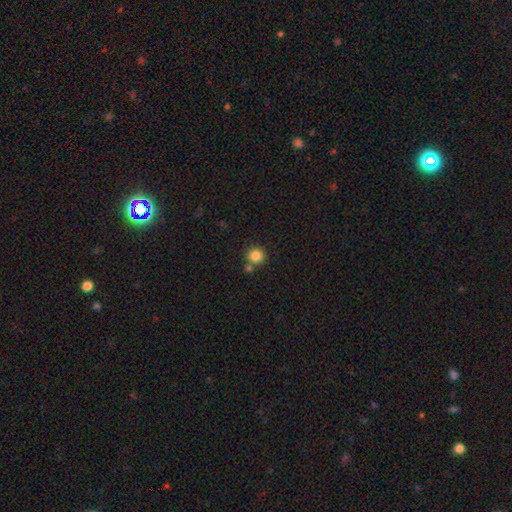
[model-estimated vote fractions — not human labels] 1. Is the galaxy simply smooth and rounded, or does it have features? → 84% smooth, 11% star or artifact, 5% featured or disk.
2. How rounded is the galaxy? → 91% round, 8% in between, 1% cigar-shaped.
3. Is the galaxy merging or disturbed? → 73% none, 15% merger, 9% minor disturbance, 3% major disturbance.